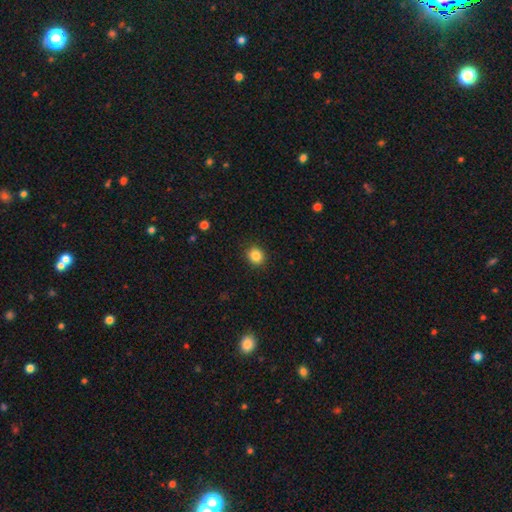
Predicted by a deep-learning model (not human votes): A smooth galaxy with no disk features (85%) that is round (85%).

Vote fractions:
- Smooth or featured? smooth: 85% / star or artifact: 11% / featured or disk: 4%
- How rounded? round: 85% / in between: 14% / cigar-shaped: 1%
- Merging? none: 91% / minor disturbance: 6% / major disturbance: 2% / merger: 1%